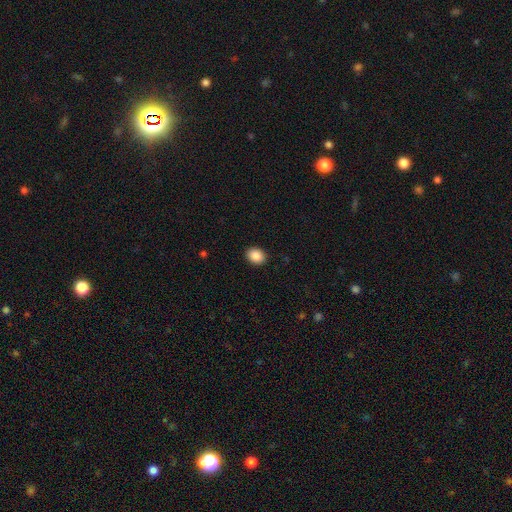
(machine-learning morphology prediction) smooth_or_featured: smooth (p=0.88) [alt: star or artifact p=0.08]
how_rounded: in between (p=0.58) [alt: round p=0.41]
merging: none (p=0.91) [alt: minor disturbance p=0.06]